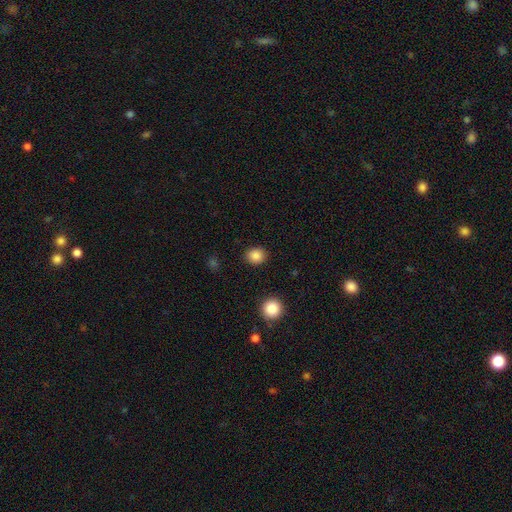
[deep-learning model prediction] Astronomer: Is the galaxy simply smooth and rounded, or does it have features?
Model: smooth — 86%.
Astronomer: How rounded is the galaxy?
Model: round — 77%.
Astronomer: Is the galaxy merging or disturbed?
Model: none — 90%.